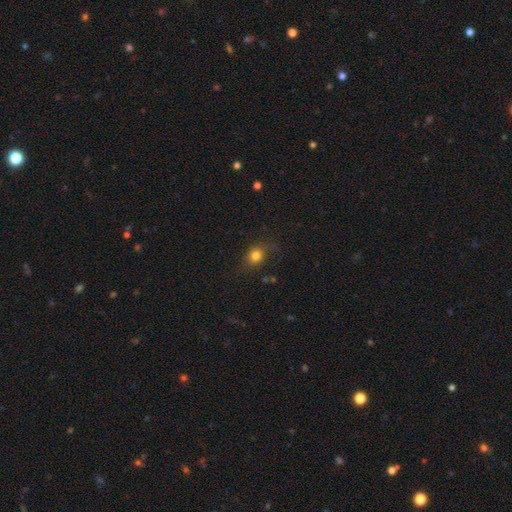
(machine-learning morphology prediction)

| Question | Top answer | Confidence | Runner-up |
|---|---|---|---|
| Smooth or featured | smooth | 80% | star or artifact (13%) |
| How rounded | round | 63% | in between (36%) |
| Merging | none | 73% | minor disturbance (19%) |